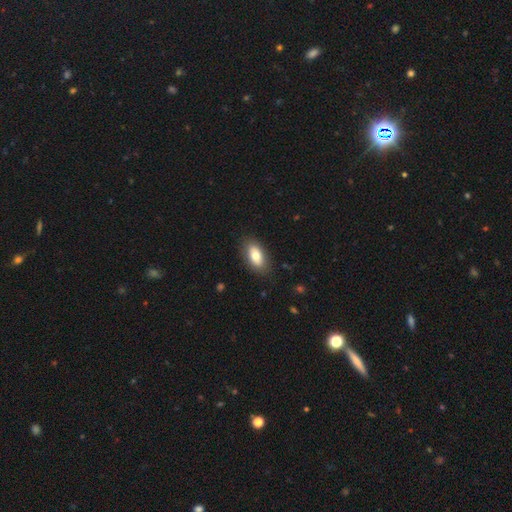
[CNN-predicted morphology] Smooth or featured? smooth (77%)
How rounded? in between (91%)
Merging? none (85%)